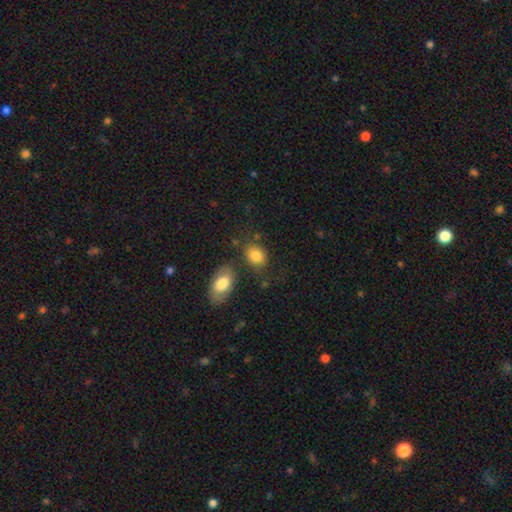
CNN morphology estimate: Q: Smooth or featured?
A: smooth (82%); runner-up: featured or disk (9%)
Q: How rounded?
A: in between (71%); runner-up: round (28%)
Q: Merging?
A: none (68%); runner-up: minor disturbance (15%)